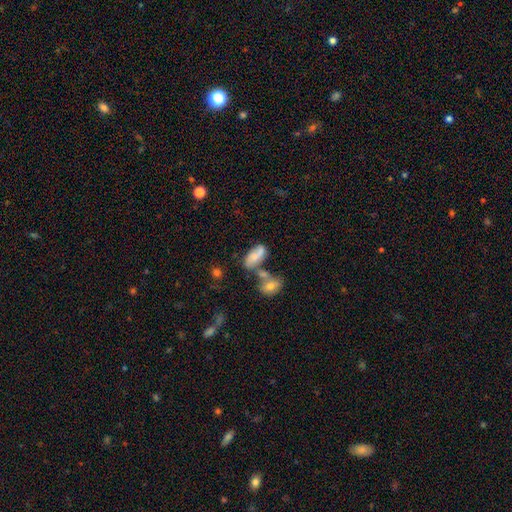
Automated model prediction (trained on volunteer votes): Overall: smooth (64%; featured or disk 27%). How rounded: in between (87%). Merging: merger (37%; none 35%).